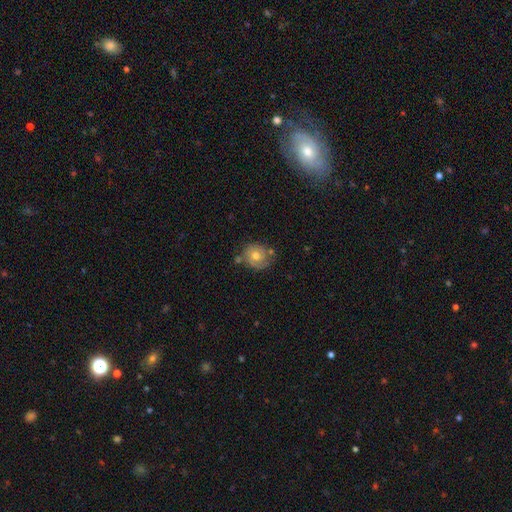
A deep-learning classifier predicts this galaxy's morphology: This appears to be a featured or disk galaxy (53%) with no bar (80%), spiral arms (74%) and a moderate central bulge (74%). Merging: none (64%).